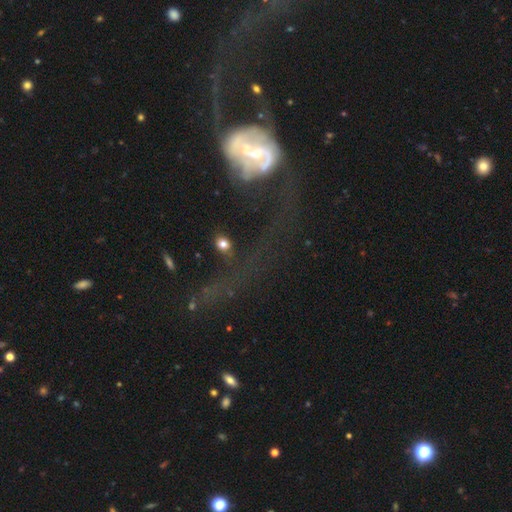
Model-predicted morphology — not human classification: smooth-or-featured: featured or disk: 65% | smooth: 18% | star or artifact: 18%
  disk-edge-on: no: 83% | yes: 17%
    bar: no: 40% | weak: 30% | strong: 30%
    has-spiral-arms: yes: 51% | no: 49%
    bulge-size: small: 45% | moderate: 39% | large: 7% | none: 6% | dominant: 3%
  merging: major disturbance: 40% | none: 30% | merger: 18% | minor disturbance: 12%